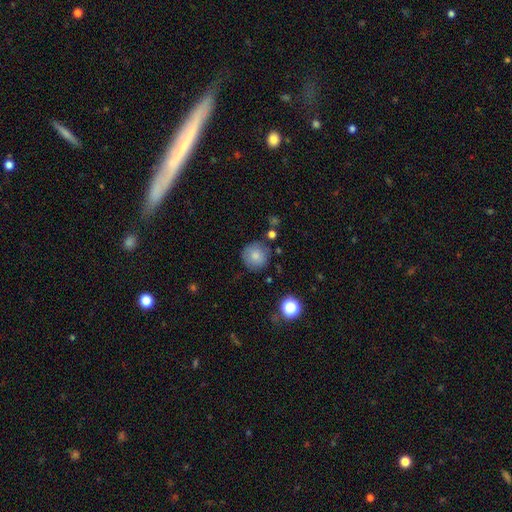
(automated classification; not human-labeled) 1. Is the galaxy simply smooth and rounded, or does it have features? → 81% smooth, 10% star or artifact, 10% featured or disk.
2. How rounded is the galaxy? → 94% round, 6% in between, 1% cigar-shaped.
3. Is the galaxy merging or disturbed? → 79% none, 13% minor disturbance, 4% major disturbance, 3% merger.